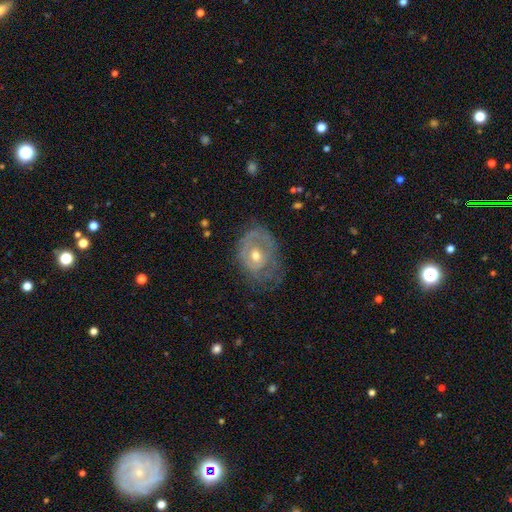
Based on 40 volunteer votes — Smooth or featured?
  - featured or disk: 65% *
  - smooth: 35%
  - star or artifact: 0%
Edge-on disk?
  - no: 96% *
  - yes: 4%
Bar?
  - no: 88% *
  - weak: 8%
  - strong: 4%
Spiral arms?
  - yes: 68% *
  - no: 32%
Spiral winding?
  - tight: 76% *
  - medium: 24%
  - loose: 0%
Spiral arm count?
  - can't tell: 65% *
  - 2: 18%
  - 3: 12%
  - 1: 6%
  - 4: 0%
  - more than 4: 0%
Bulge size?
  - moderate: 80% *
  - small: 20%
  - dominant: 0%
  - large: 0%
  - none: 0%
Merging?
  - none: 42% *
  - major disturbance: 30%
  - minor disturbance: 28%
  - merger: 0%